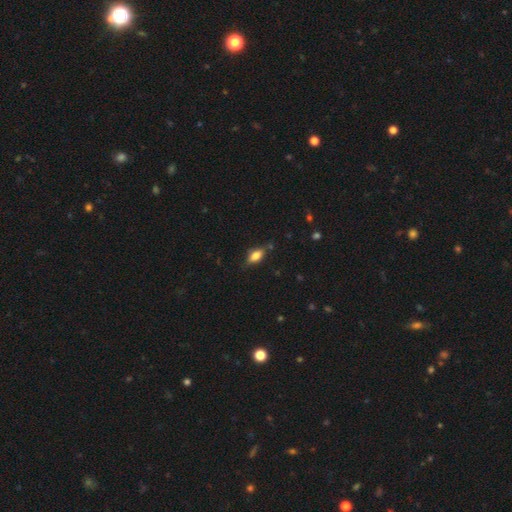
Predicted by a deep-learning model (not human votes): Smooth or featured?
  - smooth: 72% *
  - featured or disk: 19%
  - star or artifact: 9%
How rounded?
  - in between: 83% *
  - cigar-shaped: 11%
  - round: 6%
Merging?
  - none: 74% *
  - minor disturbance: 19%
  - major disturbance: 4%
  - merger: 2%